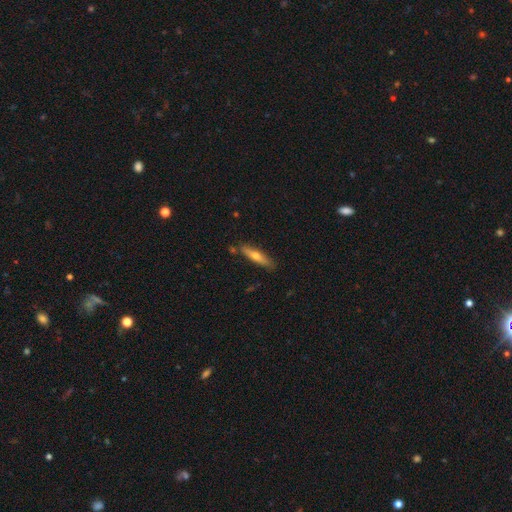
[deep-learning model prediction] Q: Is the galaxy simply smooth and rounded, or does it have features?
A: smooth — 55%.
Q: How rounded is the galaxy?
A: cigar-shaped — 83%.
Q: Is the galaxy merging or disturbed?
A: none — 82%.